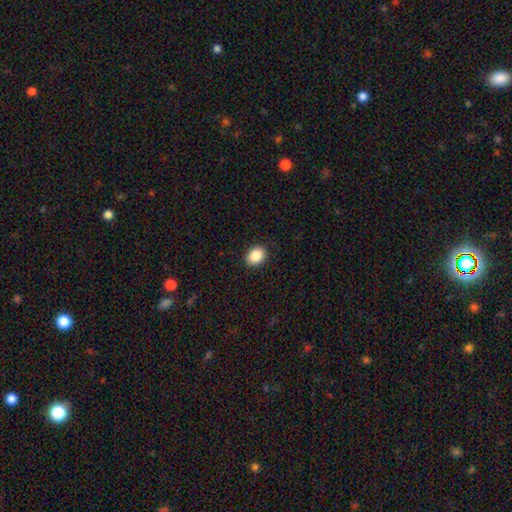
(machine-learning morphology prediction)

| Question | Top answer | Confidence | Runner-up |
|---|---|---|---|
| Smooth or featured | smooth | 88% | star or artifact (8%) |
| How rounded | in between | 51% | round (48%) |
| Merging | none | 90% | minor disturbance (7%) |